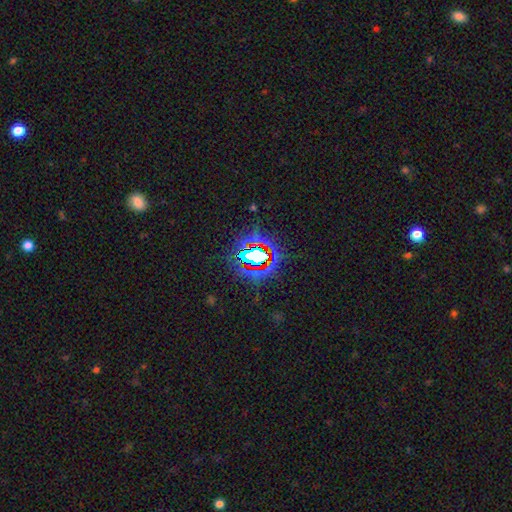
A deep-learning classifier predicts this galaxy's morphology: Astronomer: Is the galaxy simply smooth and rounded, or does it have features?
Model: star or artifact — 77%.